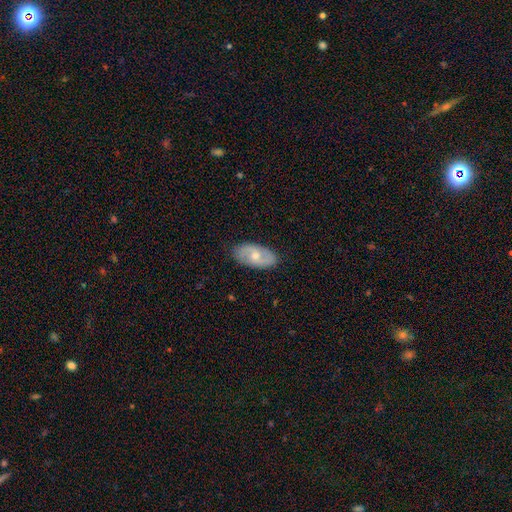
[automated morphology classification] This is possibly a featured or disk galaxy (57%). It is clearly not viewed edge-on (93%). Bar: possibly no (52%). Spiral arm pattern: likely yes (75%). Central bulge: possibly moderate (59%). Merging: clearly none (84%).